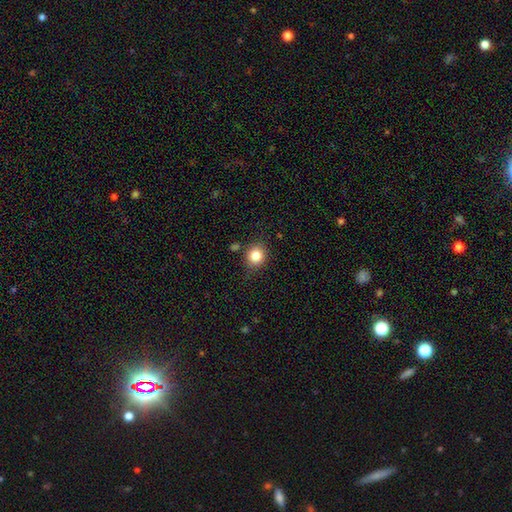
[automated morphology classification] This is clearly a smooth galaxy (83%). How rounded: likely round (78%). Merging: clearly none (81%).